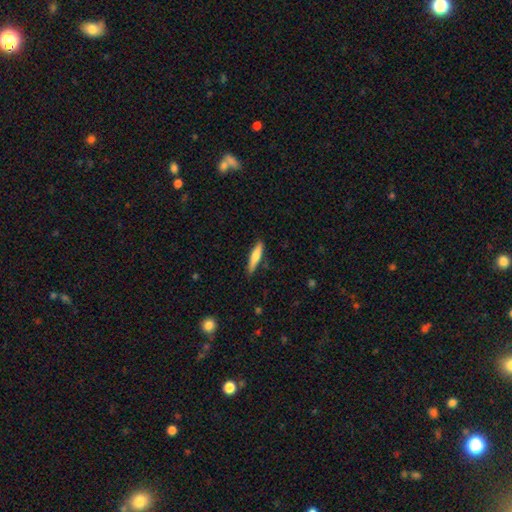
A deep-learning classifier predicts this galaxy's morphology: smooth_or_featured: smooth (p=0.69) [alt: featured or disk p=0.25]
how_rounded: cigar-shaped (p=0.84) [alt: in between p=0.15]
merging: none (p=0.85) [alt: minor disturbance p=0.12]